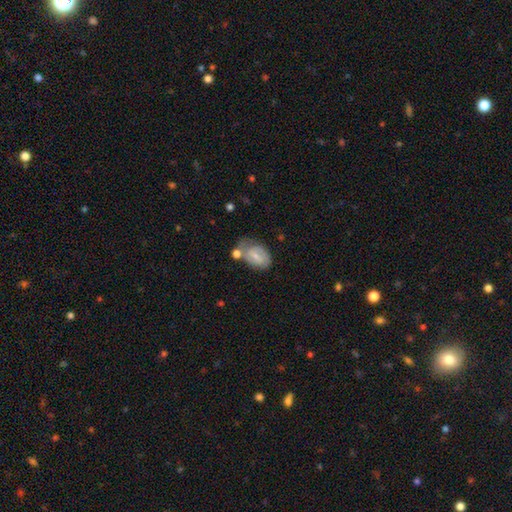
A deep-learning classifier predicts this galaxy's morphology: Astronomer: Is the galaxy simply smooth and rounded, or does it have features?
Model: smooth — 48% (runner-up: featured or disk, 45%).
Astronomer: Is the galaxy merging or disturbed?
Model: none — 41% (runner-up: minor disturbance, 25%).